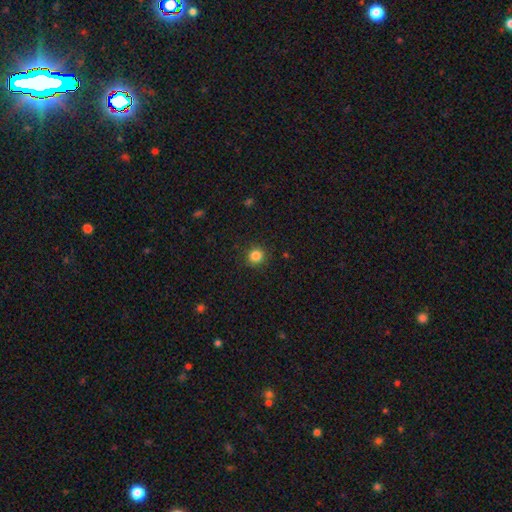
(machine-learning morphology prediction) Smooth or featured? smooth (84%)
How rounded? round (92%)
Merging? none (90%)